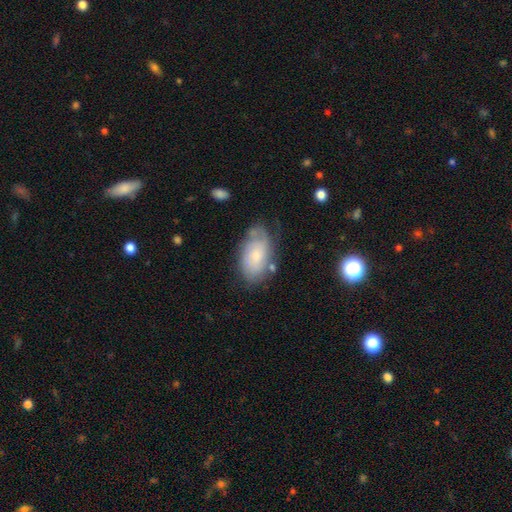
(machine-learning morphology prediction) Smooth or featured? Predicted: featured or disk (p=0.48). Merging? Predicted: none (p=0.59).